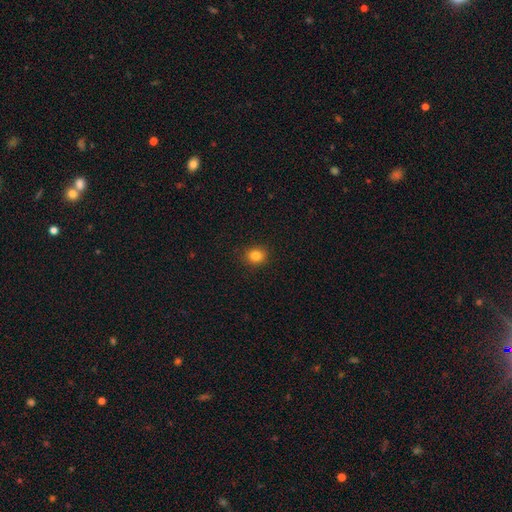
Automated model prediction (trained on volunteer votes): The model was most divided on "how rounded": round: 78%, in between: 21%, cigar-shaped: 1%. More confident: merging — none (91%); smooth or featured — smooth (83%).